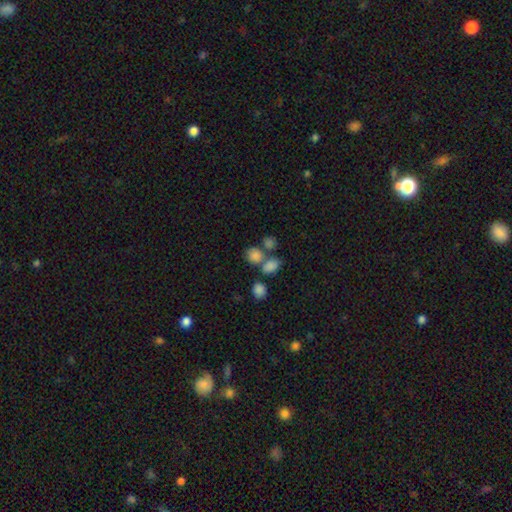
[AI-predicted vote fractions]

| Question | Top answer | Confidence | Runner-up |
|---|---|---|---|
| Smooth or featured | smooth | 81% | star or artifact (11%) |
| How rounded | round | 63% | in between (36%) |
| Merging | none | 44% | merger (40%) |